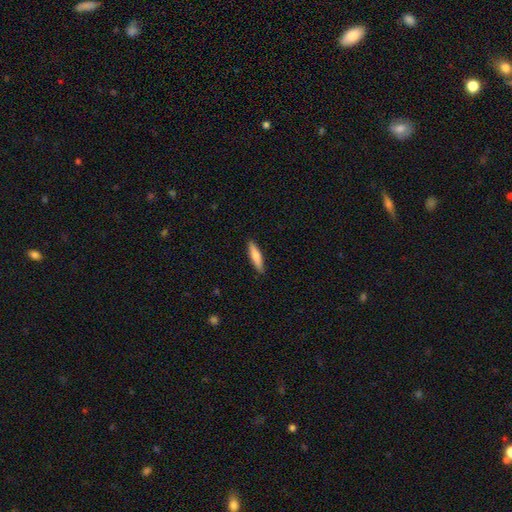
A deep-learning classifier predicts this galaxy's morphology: Q: Smooth or featured?
A: smooth (75%); runner-up: featured or disk (20%)
Q: How rounded?
A: cigar-shaped (78%); runner-up: in between (21%)
Q: Merging?
A: none (90%); runner-up: minor disturbance (8%)